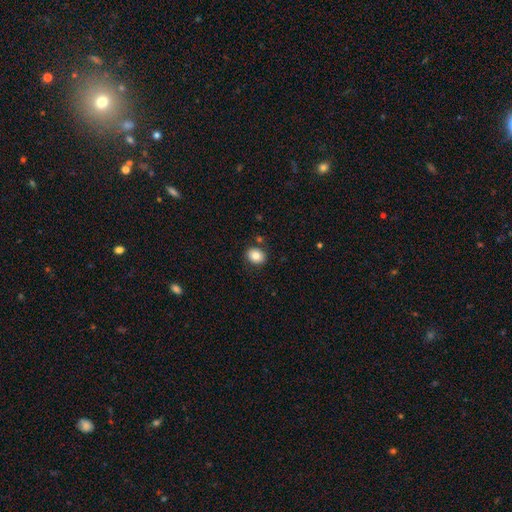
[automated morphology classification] smooth-or-featured: smooth: 82% | star or artifact: 9% | featured or disk: 8%
  how-rounded: round: 59% | in between: 40% | cigar-shaped: 1%
  merging: none: 85% | minor disturbance: 9% | merger: 4% | major disturbance: 2%